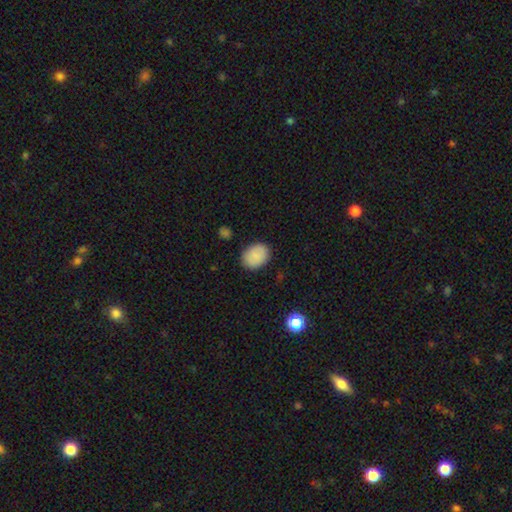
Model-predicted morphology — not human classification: Q: Smooth or featured?
A: smooth (87%); runner-up: star or artifact (7%)
Q: How rounded?
A: in between (69%); runner-up: round (30%)
Q: Merging?
A: none (86%); runner-up: minor disturbance (10%)